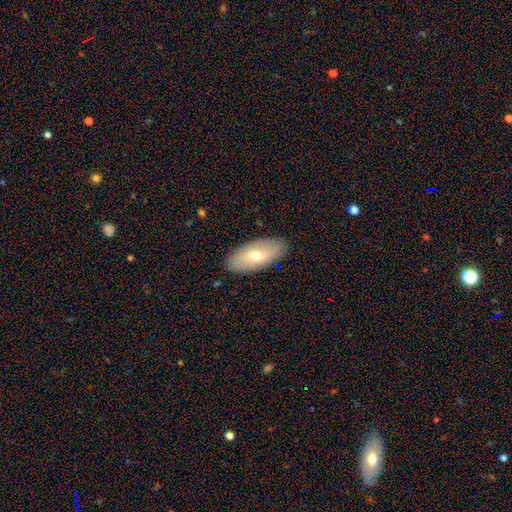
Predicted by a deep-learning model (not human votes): smooth-or-featured: smooth: 55% | featured or disk: 39% | star or artifact: 6%
  how-rounded: in between: 87% | cigar-shaped: 10% | round: 3%
  merging: none: 87% | minor disturbance: 10% | major disturbance: 2% | merger: 1%